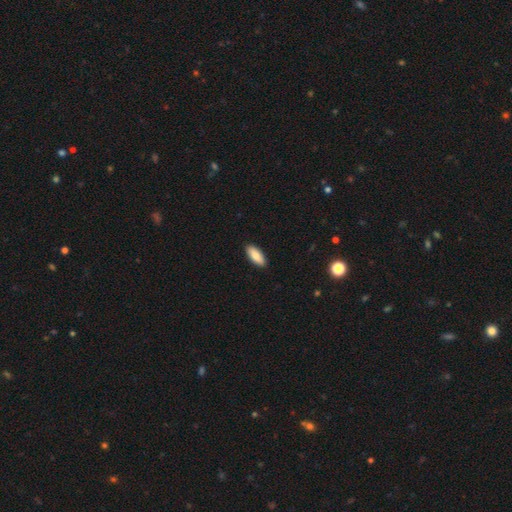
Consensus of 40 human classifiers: smooth 80%, featured or disk 10%, star or artifact 10%. Down the decision tree: how rounded — in between (94%); merging — none (92%).